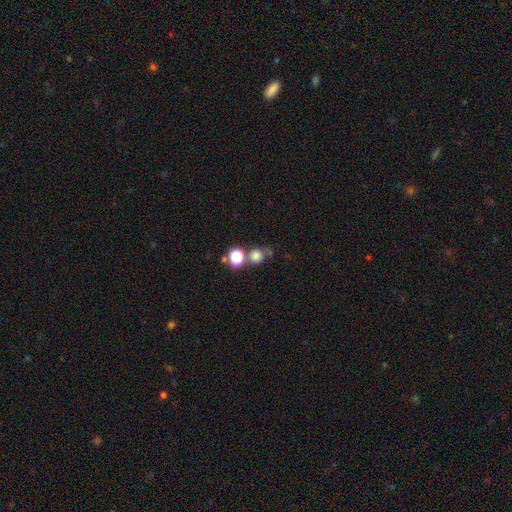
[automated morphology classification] Smooth or featured: smooth — 74% (star or artifact — 18%)
How rounded: round — 85% (in between — 14%)
Merging: none — 56% (merger — 29%)